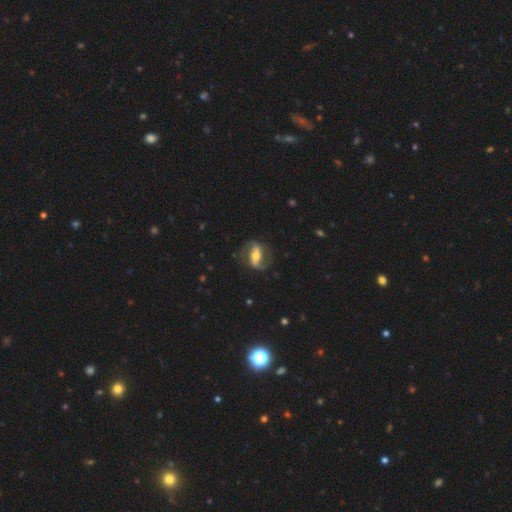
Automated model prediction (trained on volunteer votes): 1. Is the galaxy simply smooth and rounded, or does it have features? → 82% featured or disk, 13% smooth, 5% star or artifact.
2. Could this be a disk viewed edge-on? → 94% no, 6% yes.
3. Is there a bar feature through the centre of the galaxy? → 57% strong, 27% weak, 16% no.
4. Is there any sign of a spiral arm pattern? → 91% yes, 9% no.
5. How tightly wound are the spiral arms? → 43% loose, 41% medium, 16% tight.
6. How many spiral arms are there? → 87% 2, 6% 1, 4% can't tell, 1% 3, 1% 4, 1% more than 4.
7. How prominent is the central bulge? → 63% moderate, 26% small, 8% large, 2% none, 1% dominant.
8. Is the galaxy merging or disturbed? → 76% none, 14% minor disturbance, 8% major disturbance, 2% merger.